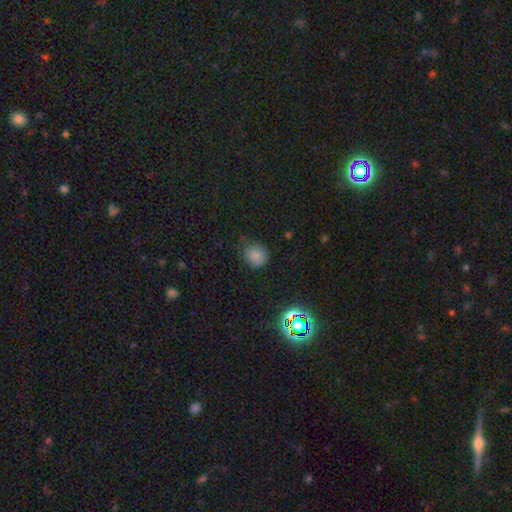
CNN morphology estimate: Q: Smooth or featured?
A: smooth (80%); runner-up: star or artifact (14%)
Q: How rounded?
A: round (76%); runner-up: in between (23%)
Q: Merging?
A: none (63%); runner-up: minor disturbance (28%)